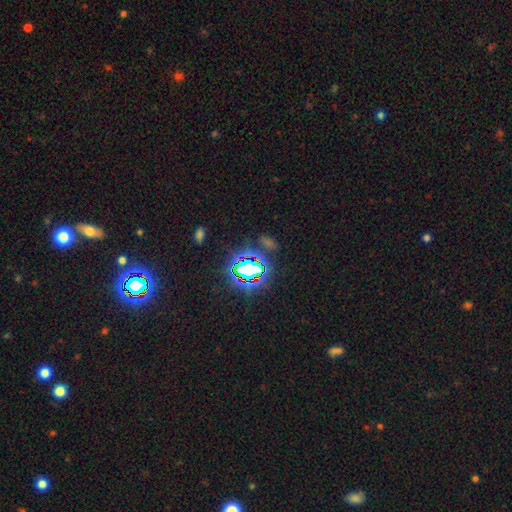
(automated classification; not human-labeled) This is likely a star or artifact rather than a galaxy (78%).